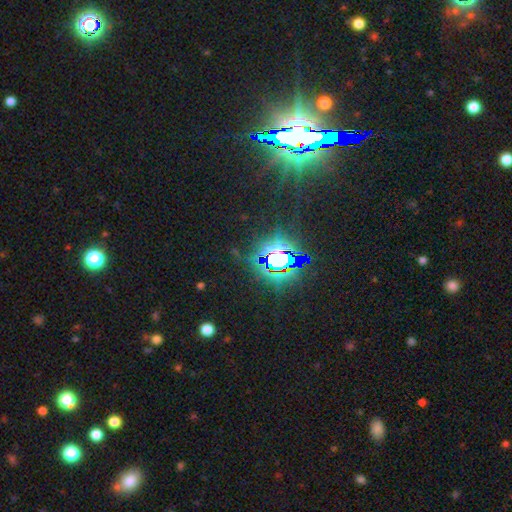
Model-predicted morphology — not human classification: Smooth or featured? Predicted: star or artifact (p=0.85).